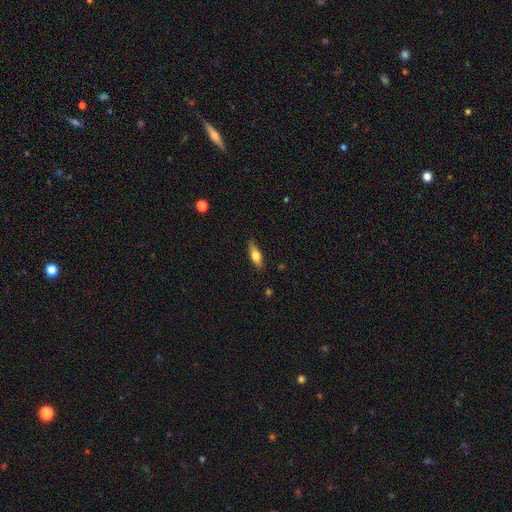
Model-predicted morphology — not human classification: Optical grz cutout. It shows a smooth galaxy with no disk features (65%) that is in between round and cigar-shaped (57%). Merging: none (82%).